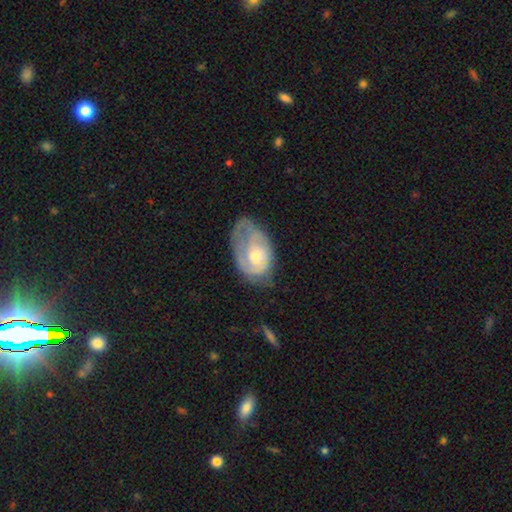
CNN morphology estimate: featured or disk 63%, smooth 31%, star or artifact 6%. Down the decision tree: edge-on disk — no (95%); bar — no (77%); spiral arms — yes (74%); bulge size — moderate (58%); merging — none (39%).